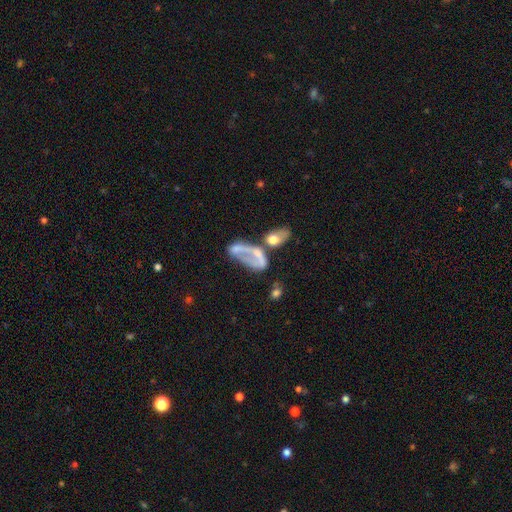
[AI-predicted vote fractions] Q: Smooth or featured?
A: featured or disk (47%); runner-up: smooth (42%)
Q: Merging?
A: major disturbance (35%); tied with: merger (35%)